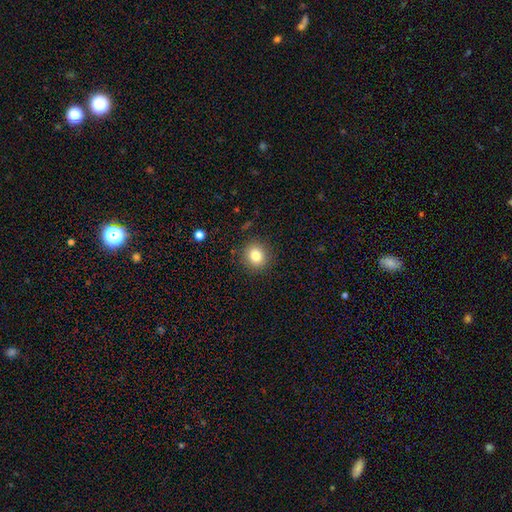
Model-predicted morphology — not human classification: smooth-or-featured: smooth: 82% | star or artifact: 11% | featured or disk: 7%
  how-rounded: round: 87% | in between: 13% | cigar-shaped: 1%
  merging: none: 89% | minor disturbance: 7% | major disturbance: 3% | merger: 1%